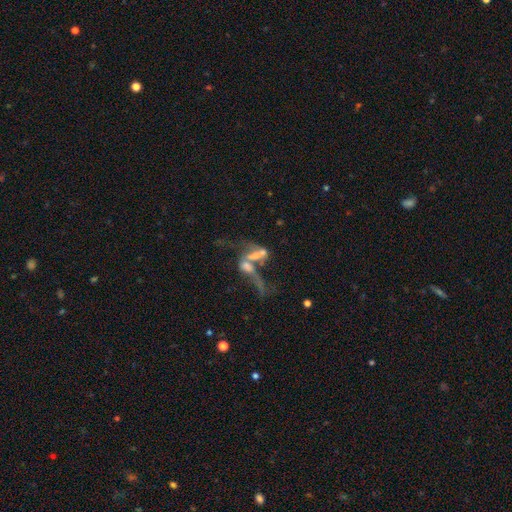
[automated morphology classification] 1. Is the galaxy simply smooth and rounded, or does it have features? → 58% featured or disk, 24% smooth, 18% star or artifact.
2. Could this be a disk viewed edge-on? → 85% no, 15% yes.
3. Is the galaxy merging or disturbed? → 58% merger, 21% major disturbance, 15% none, 7% minor disturbance.